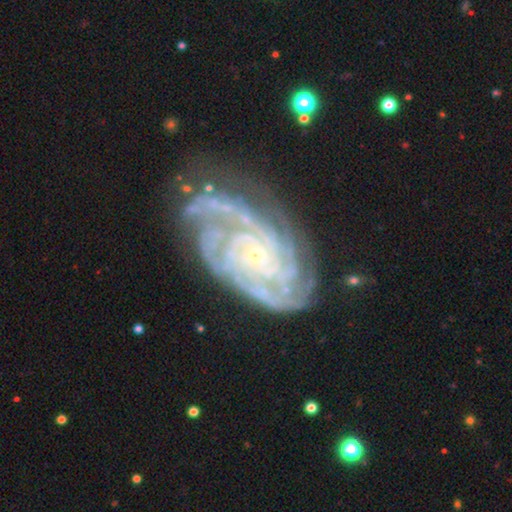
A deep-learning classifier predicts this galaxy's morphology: Overall: featured or disk (91%). Edge-on disk: no (97%). Bar: no (73%). Spiral arms: yes (98%). Spiral arm count: 4 (30%; more than 4 18%). Spiral winding: tight (75%). Bulge size: small (87%). Merging: none (65%).